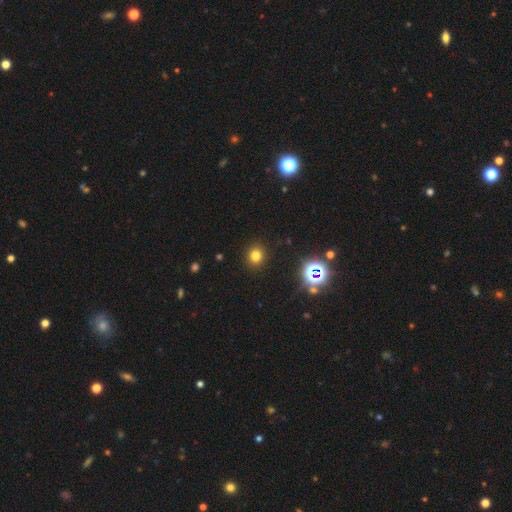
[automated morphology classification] Smooth or featured? smooth (75%)
How rounded? round (82%)
Merging? none (90%)